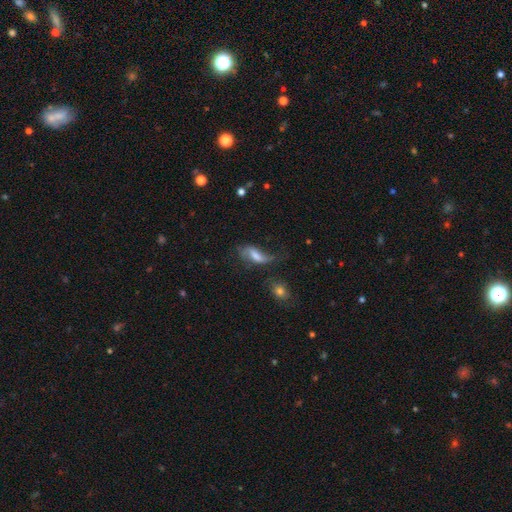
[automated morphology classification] smooth_or_featured: featured or disk (p=0.47) [alt: smooth p=0.43]
merging: none (p=0.35) [alt: major disturbance p=0.33]